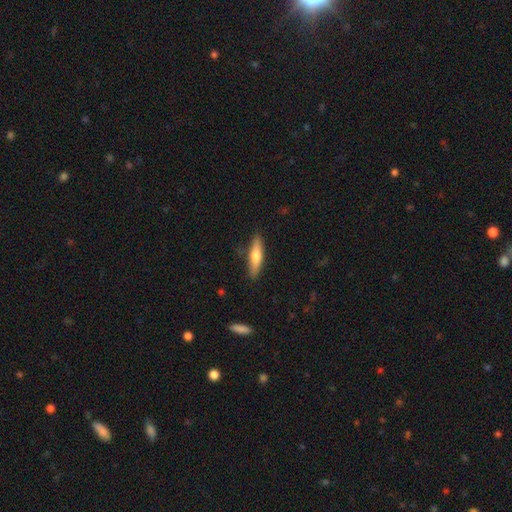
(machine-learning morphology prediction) Smooth or featured? Predicted: smooth (p=0.63). How rounded? Predicted: cigar-shaped (p=0.73). Merging? Predicted: none (p=0.84).